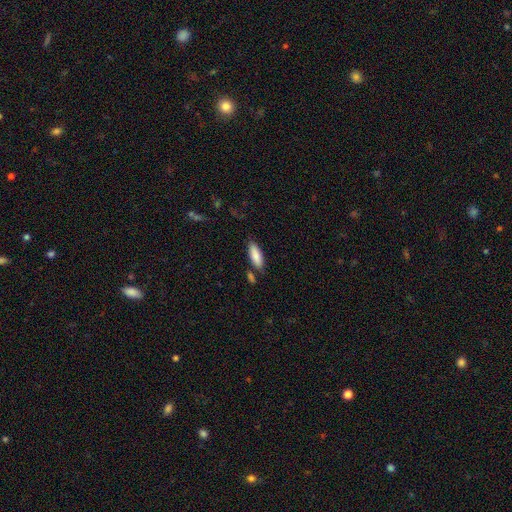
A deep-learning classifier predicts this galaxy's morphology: Overall: smooth (85%). How rounded: in between (66%; cigar-shaped 33%). Merging: none (77%).